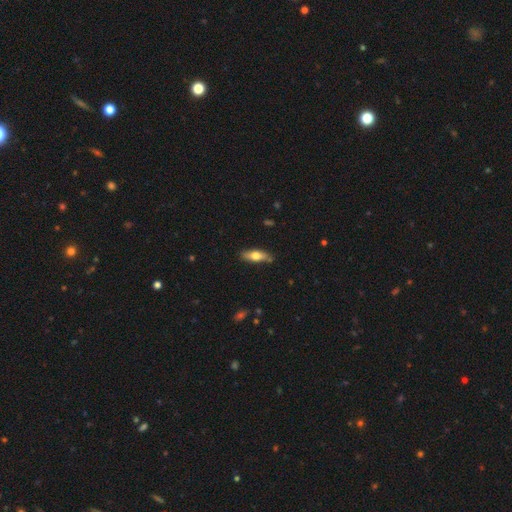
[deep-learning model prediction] smooth 65%, featured or disk 29%, star or artifact 6%. Down the decision tree: how rounded — in between (56%); merging — none (80%).